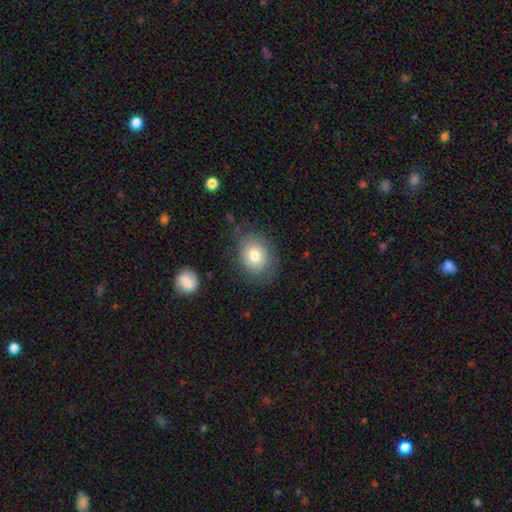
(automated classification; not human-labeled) A smooth galaxy with no disk features (68%) that is round (63%). Merging: none (78%).